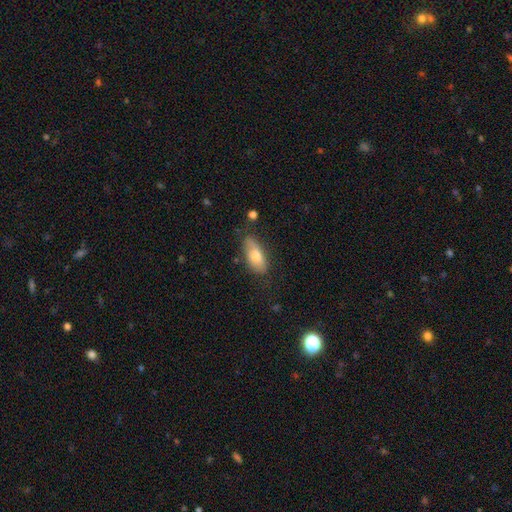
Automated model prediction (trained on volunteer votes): smooth_or_featured: smooth (p=0.73) [alt: featured or disk p=0.20]
how_rounded: in between (p=0.83) [alt: cigar-shaped p=0.15]
merging: none (p=0.70) [alt: minor disturbance p=0.23]